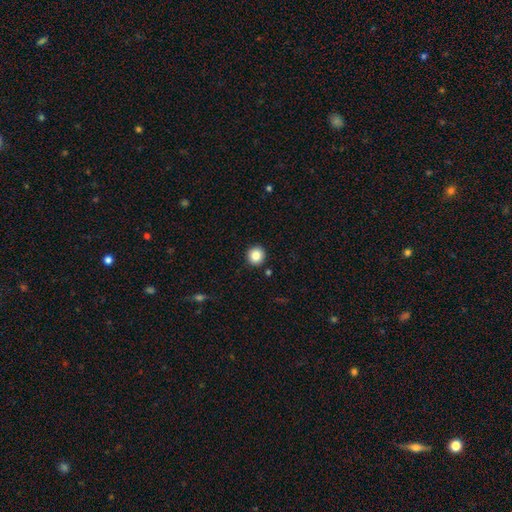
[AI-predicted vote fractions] The model was most divided on "smooth or featured": smooth: 85%, star or artifact: 10%, featured or disk: 5%. More confident: how rounded — round (92%); merging — none (91%).